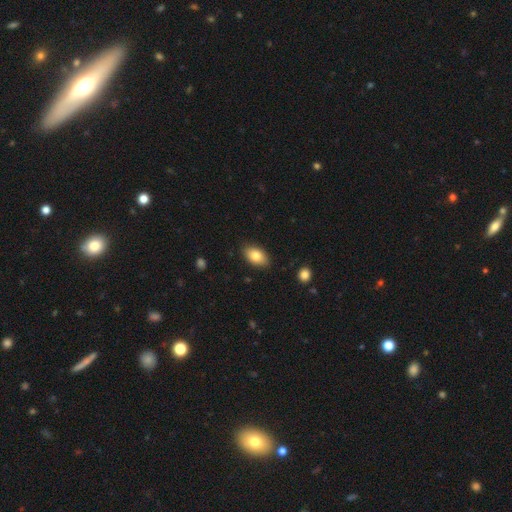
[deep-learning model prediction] Smooth or featured? smooth (82%)
How rounded? in between (91%)
Merging? none (86%)